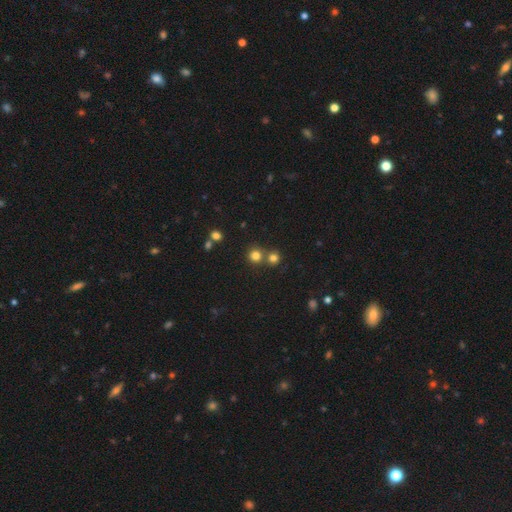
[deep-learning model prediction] This is likely a smooth galaxy (77%). How rounded: clearly round (91%). Merging: likely none (66%).